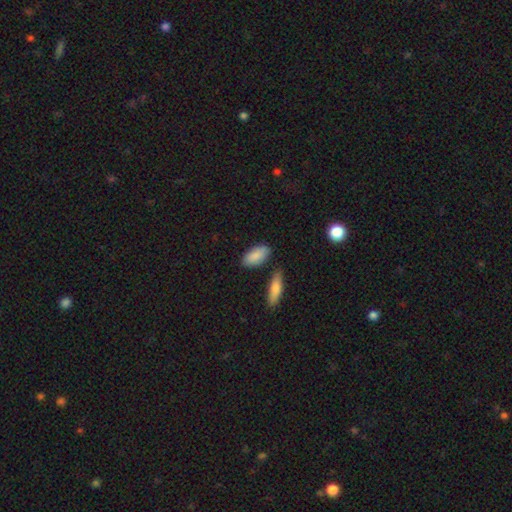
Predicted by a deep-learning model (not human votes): Smooth or featured? smooth (87%)
How rounded? in between (89%)
Merging? none (77%)